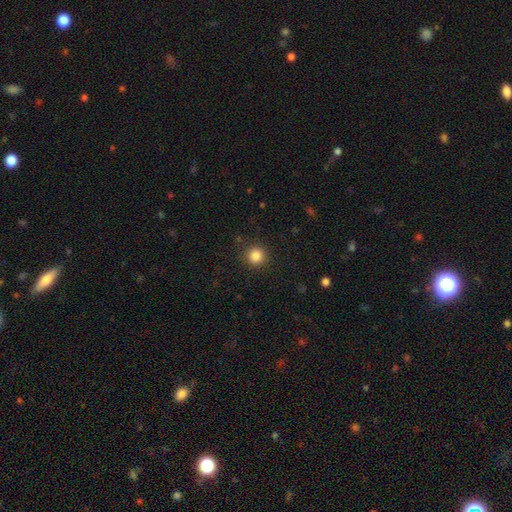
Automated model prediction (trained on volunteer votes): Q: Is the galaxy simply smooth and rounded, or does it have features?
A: smooth — 85%.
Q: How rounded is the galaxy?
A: round — 94%.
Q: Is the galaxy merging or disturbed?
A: none — 90%.